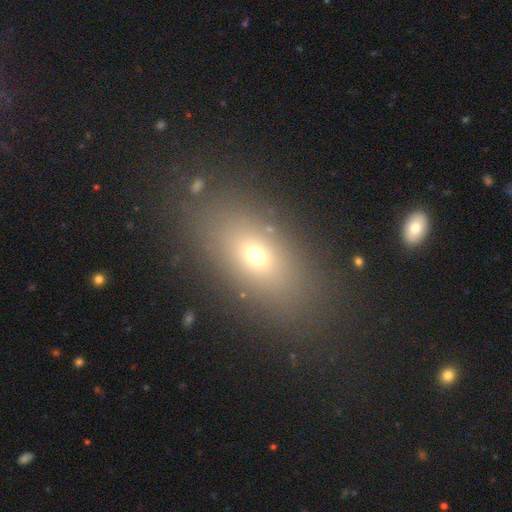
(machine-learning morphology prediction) smooth-or-featured: smooth: 65% | featured or disk: 18% | star or artifact: 17%
  how-rounded: in between: 79% | round: 13% | cigar-shaped: 8%
  merging: none: 83% | minor disturbance: 9% | major disturbance: 5% | merger: 3%